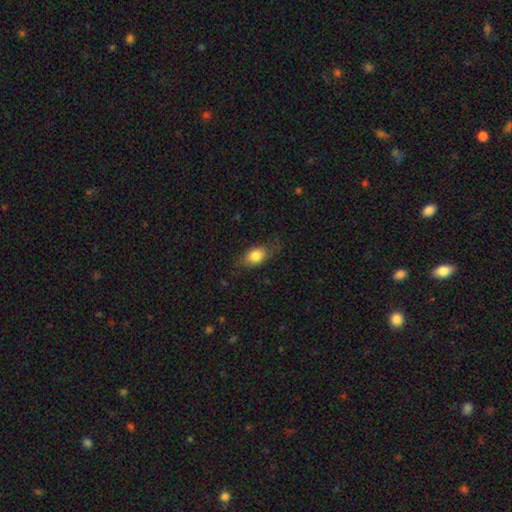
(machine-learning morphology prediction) A smooth galaxy with no disk features (79%) that is in between round and cigar-shaped (79%). Merging: none (71%).